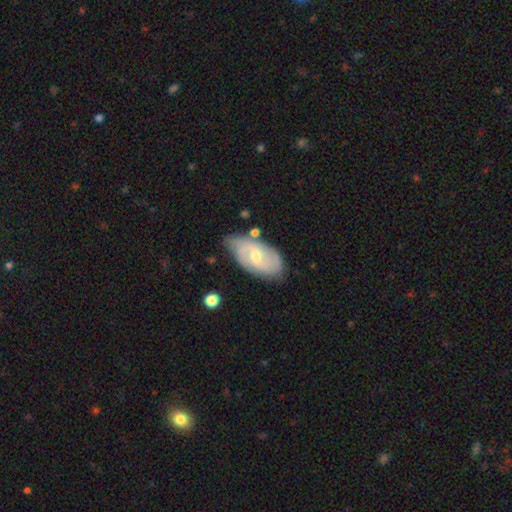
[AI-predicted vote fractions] Smooth or featured? featured or disk (67%)
Edge-on disk? no (94%)
Bar? weak (49%)
Spiral arms? yes (88%)
Spiral winding? tight (43%)
Spiral arm count? 2 (55%)
Bulge size? small (51%)
Merging? none (66%)